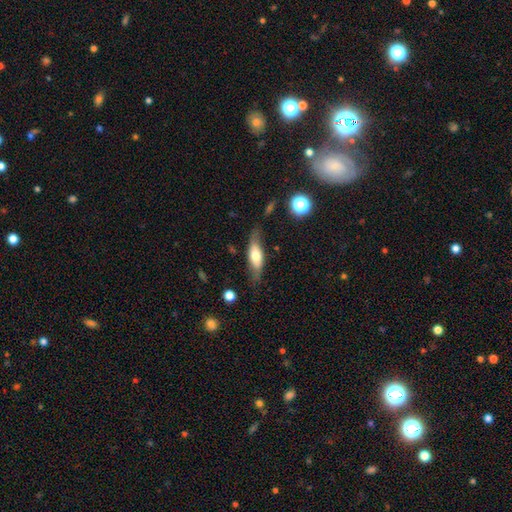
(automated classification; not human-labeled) Morphology: type=smooth (53%); roundness=in between (54%); merging=none (69%).